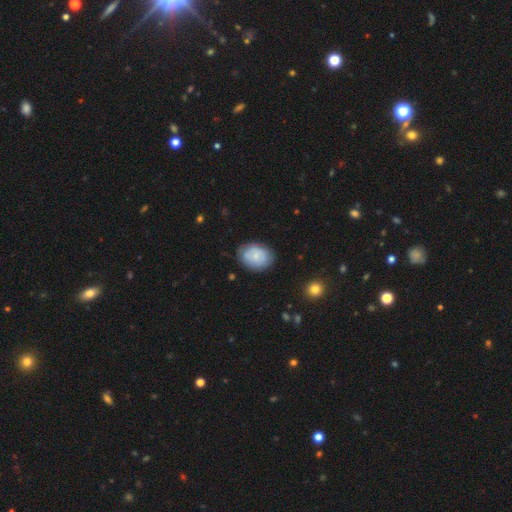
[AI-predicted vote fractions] The model was most divided on "how rounded": in between: 67%, round: 32%, cigar-shaped: 1%. More confident: merging — none (78%); smooth or featured — smooth (68%).